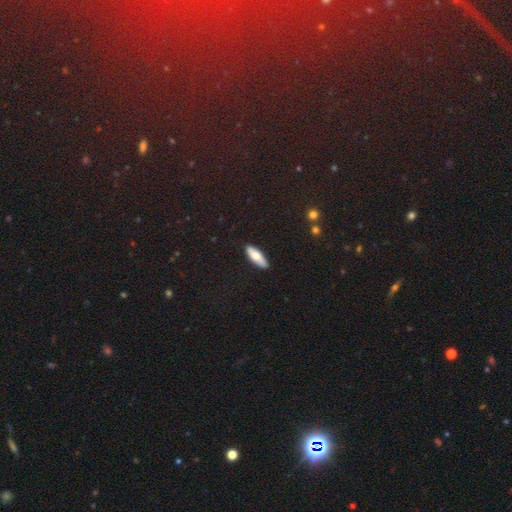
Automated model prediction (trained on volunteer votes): The model was most divided on "how rounded": in between: 54%, cigar-shaped: 44%, round: 2%. More confident: merging — none (87%); smooth or featured — smooth (69%).